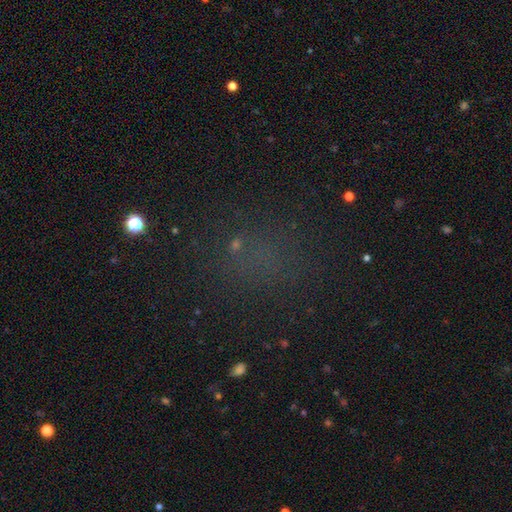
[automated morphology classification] Smooth or featured? Predicted: star or artifact (p=0.48).